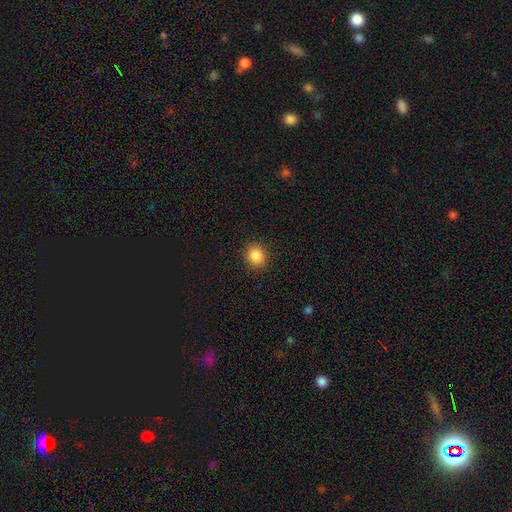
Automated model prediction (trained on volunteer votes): smooth_or_featured: smooth (p=0.87) [alt: star or artifact p=0.10]
how_rounded: round (p=0.83) [alt: in between p=0.16]
merging: none (p=0.91) [alt: minor disturbance p=0.06]